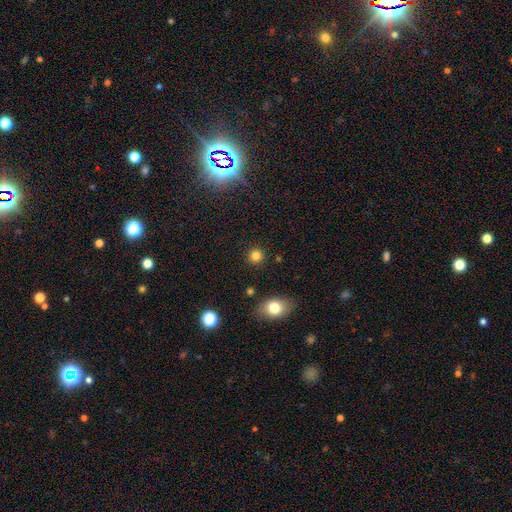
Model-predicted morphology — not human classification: A smooth galaxy with no disk features (81%) that is round (93%).

Vote fractions:
- Smooth or featured? smooth: 81% / star or artifact: 14% / featured or disk: 5%
- How rounded? round: 93% / in between: 6% / cigar-shaped: 1%
- Merging? none: 90% / minor disturbance: 6% / major disturbance: 2% / merger: 2%